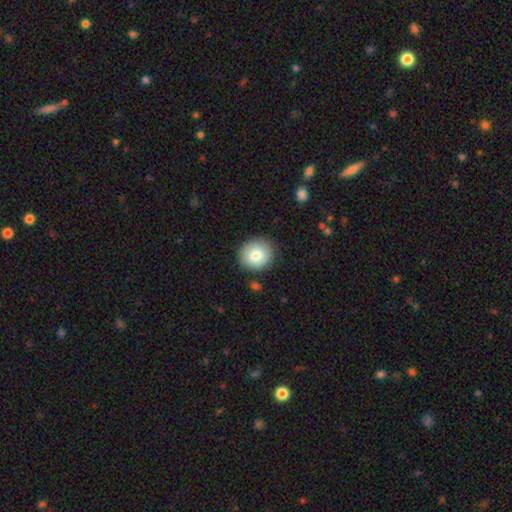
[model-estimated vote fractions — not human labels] This is likely a smooth galaxy (80%). How rounded: clearly round (80%). Merging: clearly none (85%).